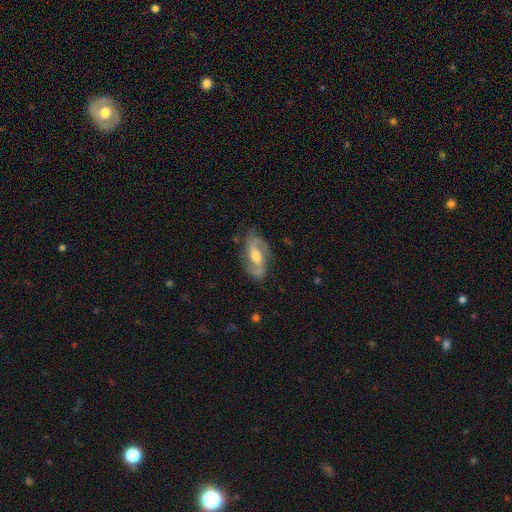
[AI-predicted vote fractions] Smooth or featured? Predicted: featured or disk (p=0.86). Edge-on disk? Predicted: no (p=0.95). Bar? Predicted: weak (p=0.46). Spiral arms? Predicted: yes (p=0.96). Spiral winding? Predicted: medium (p=0.49). Spiral arm count? Predicted: 2 (p=0.90). Bulge size? Predicted: moderate (p=0.65). Merging? Predicted: none (p=0.77).